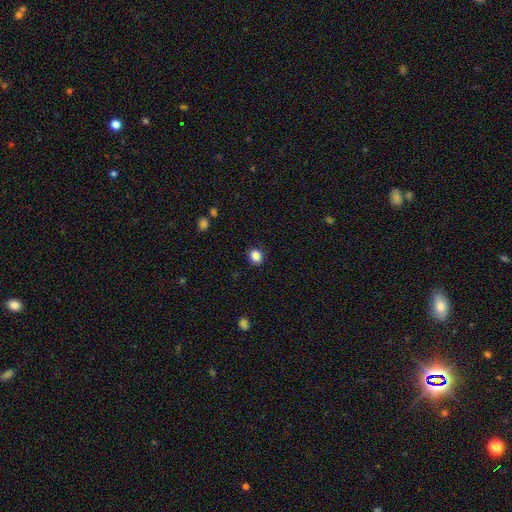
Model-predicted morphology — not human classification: Smooth or featured: smooth — 86% (star or artifact — 10%)
How rounded: round — 78% (in between — 21%)
Merging: none — 89% (minor disturbance — 8%)